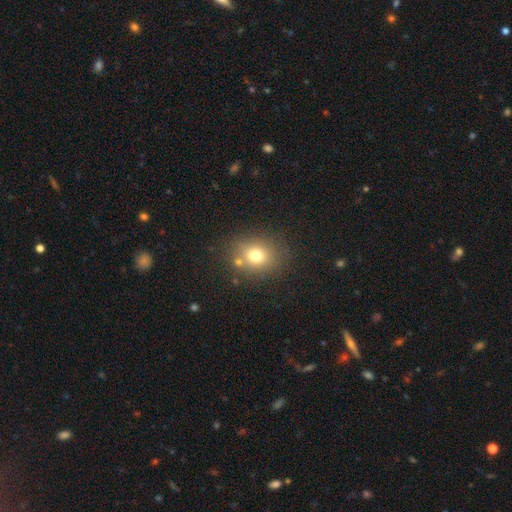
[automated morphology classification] Smooth or featured: smooth — 73% (star or artifact — 15%)
How rounded: round — 68% (in between — 32%)
Merging: none — 75% (minor disturbance — 11%)